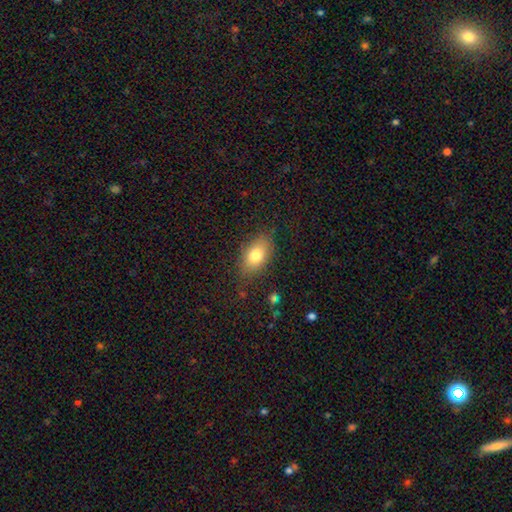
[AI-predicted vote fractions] Smooth or featured?
  - smooth: 78% *
  - featured or disk: 14%
  - star or artifact: 8%
How rounded?
  - in between: 88% *
  - round: 8%
  - cigar-shaped: 3%
Merging?
  - none: 80% *
  - minor disturbance: 14%
  - major disturbance: 4%
  - merger: 1%